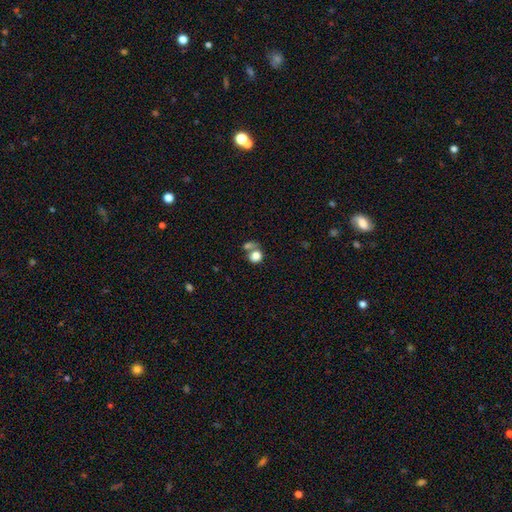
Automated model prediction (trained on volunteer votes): smooth 81%, star or artifact 10%, featured or disk 9%. Down the decision tree: how rounded — round (71%); merging — merger (42%).